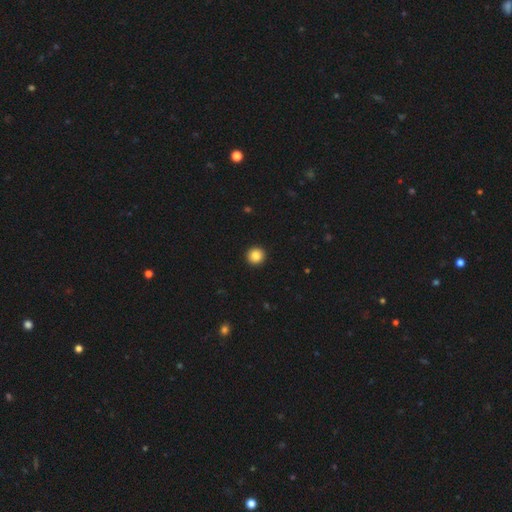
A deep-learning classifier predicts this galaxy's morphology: Q: Smooth or featured?
A: smooth (86%); runner-up: star or artifact (9%)
Q: How rounded?
A: round (95%); runner-up: in between (4%)
Q: Merging?
A: none (94%); runner-up: minor disturbance (4%)